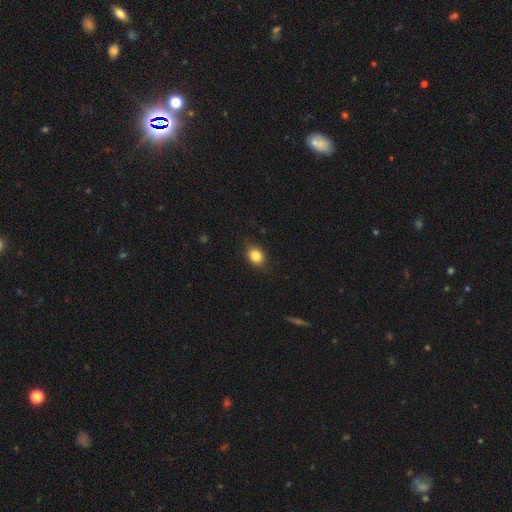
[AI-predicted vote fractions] Morphology: type=smooth (84%); roundness=in between (50%); merging=none (83%).